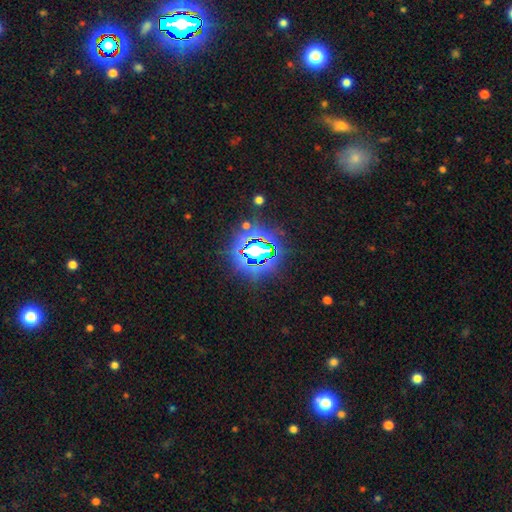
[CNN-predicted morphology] This appears to be a star or artifact, not a galaxy (83%).